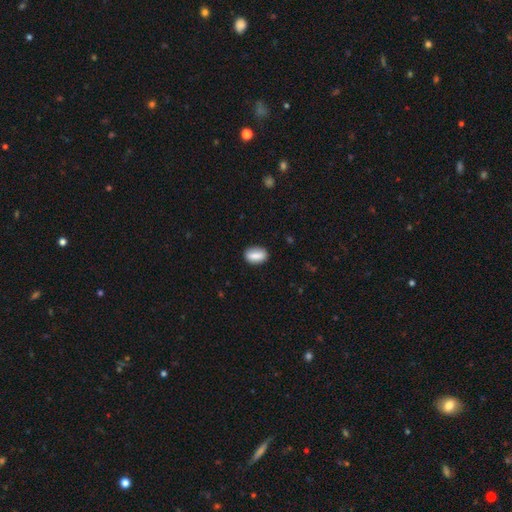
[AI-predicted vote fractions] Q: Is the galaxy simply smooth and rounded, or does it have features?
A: smooth — 82%.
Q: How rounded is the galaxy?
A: in between — 84%.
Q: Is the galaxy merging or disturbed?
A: none — 85%.